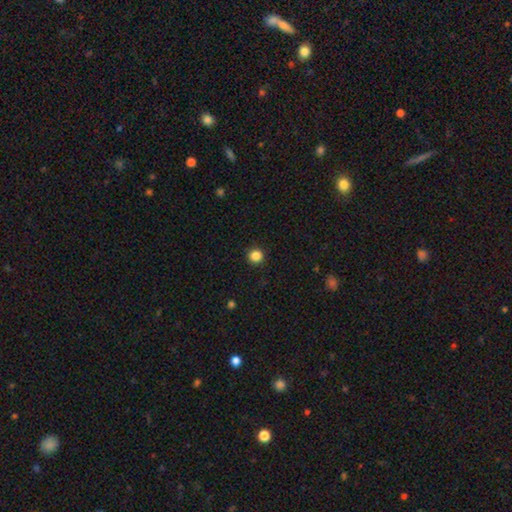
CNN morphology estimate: smooth 86%, star or artifact 11%, featured or disk 3%. Down the decision tree: how rounded — round (95%); merging — none (93%).